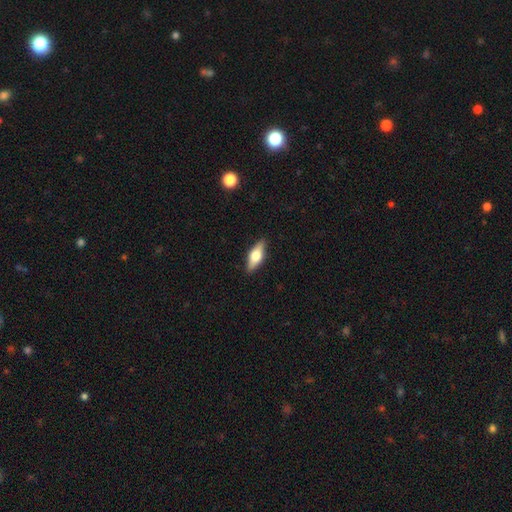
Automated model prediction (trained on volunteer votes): This appears to be a smooth galaxy with no disk features (48%). Merging: none (88%).